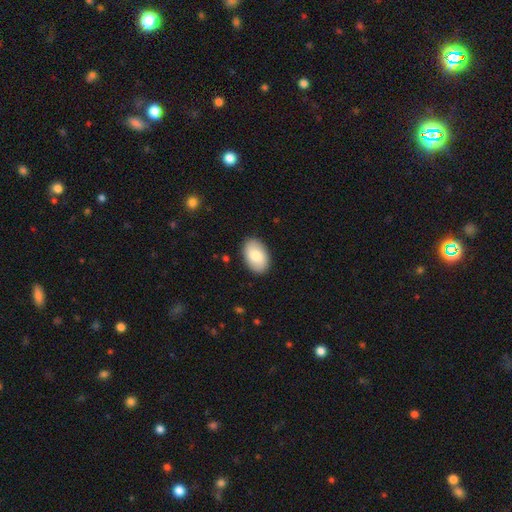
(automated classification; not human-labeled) This appears to be a smooth galaxy with no disk features (79%) that is in between round and cigar-shaped (92%). Merging: none (89%).